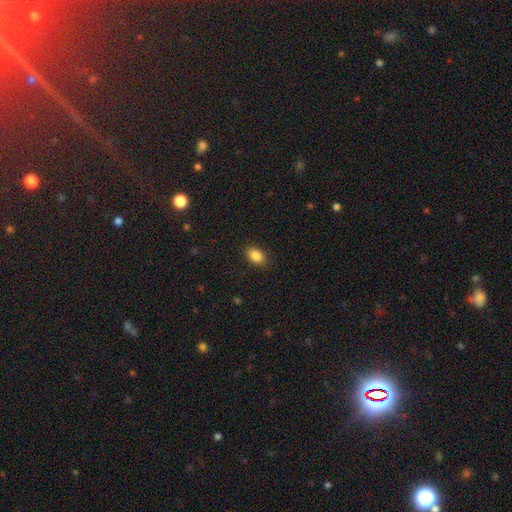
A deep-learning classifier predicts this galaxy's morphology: Smooth or featured: smooth — 87% (star or artifact — 9%)
How rounded: in between — 83% (round — 15%)
Merging: none — 88% (minor disturbance — 9%)